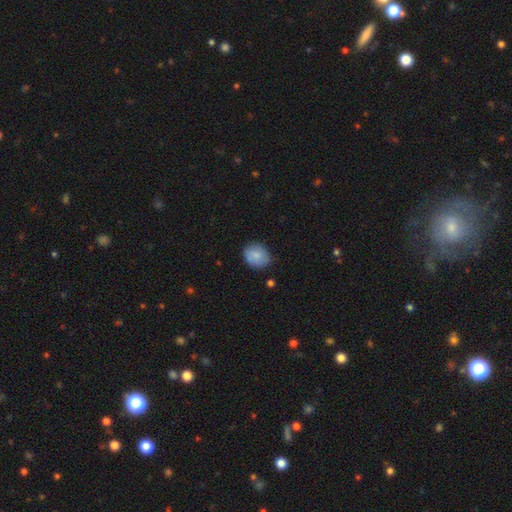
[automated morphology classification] smooth_or_featured: smooth (p=0.83) [alt: featured or disk p=0.10]
how_rounded: round (p=0.62) [alt: in between p=0.37]
merging: none (p=0.78) [alt: minor disturbance p=0.17]